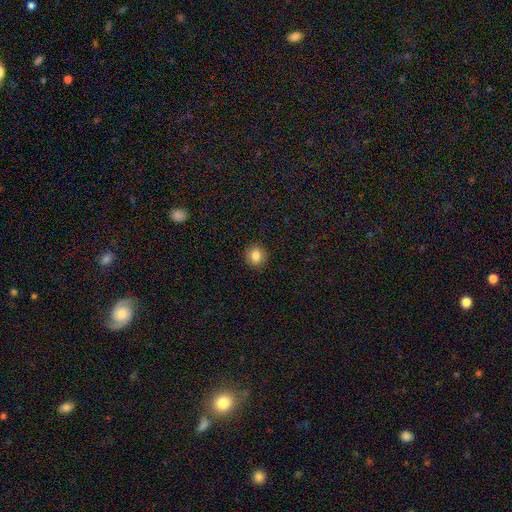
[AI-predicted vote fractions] Morphology: type=smooth (83%); roundness=round (89%); merging=none (92%).